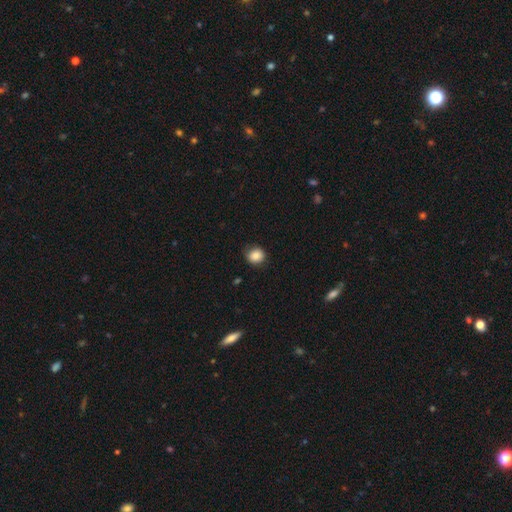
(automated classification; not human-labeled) Overall: smooth (86%). How rounded: round (80%). Merging: none (84%).